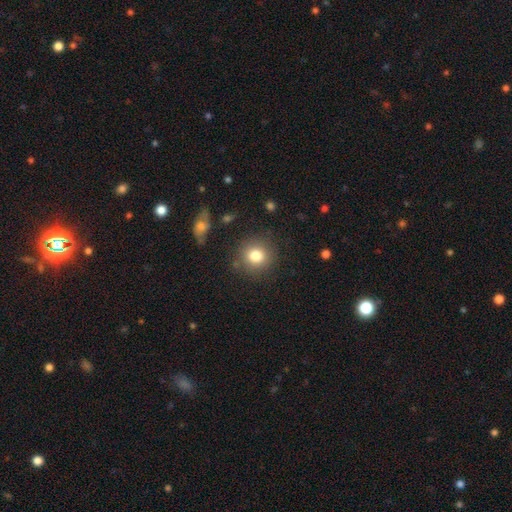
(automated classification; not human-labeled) A smooth galaxy with no disk features (80%) that is round (90%).

Vote fractions:
- Smooth or featured? smooth: 80% / star or artifact: 11% / featured or disk: 9%
- How rounded? round: 90% / in between: 9% / cigar-shaped: 1%
- Merging? none: 85% / minor disturbance: 9% / major disturbance: 3% / merger: 2%